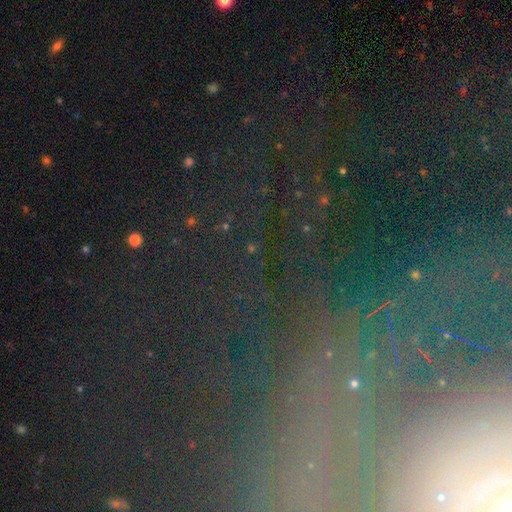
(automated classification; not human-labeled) A star or artifact, not a galaxy (68%).